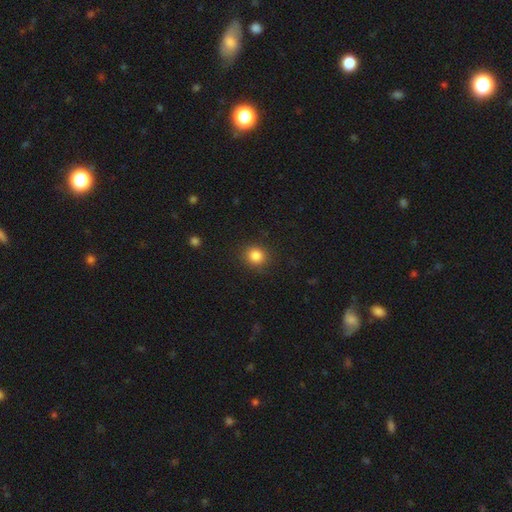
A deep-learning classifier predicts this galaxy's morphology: Q: Smooth or featured?
A: smooth (84%); runner-up: star or artifact (11%)
Q: How rounded?
A: round (84%); runner-up: in between (15%)
Q: Merging?
A: none (89%); runner-up: minor disturbance (7%)